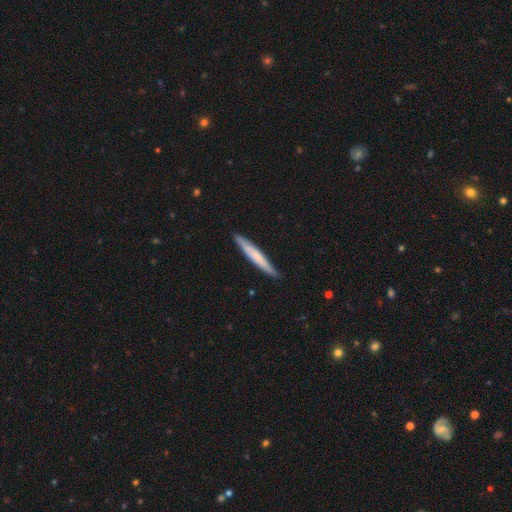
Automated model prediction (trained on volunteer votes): smooth_or_featured: smooth (p=0.63) [alt: featured or disk p=0.32]
how_rounded: cigar-shaped (p=0.96) [alt: in between p=0.03]
merging: none (p=0.90) [alt: minor disturbance p=0.07]